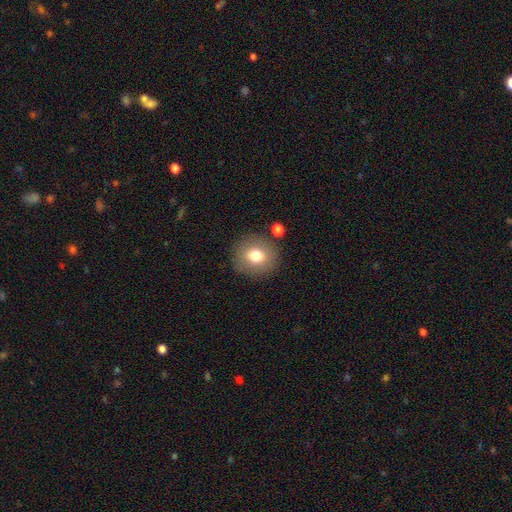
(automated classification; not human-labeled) Q: Smooth or featured?
A: smooth (76%); runner-up: featured or disk (14%)
Q: How rounded?
A: round (84%); runner-up: in between (15%)
Q: Merging?
A: none (86%); runner-up: minor disturbance (8%)